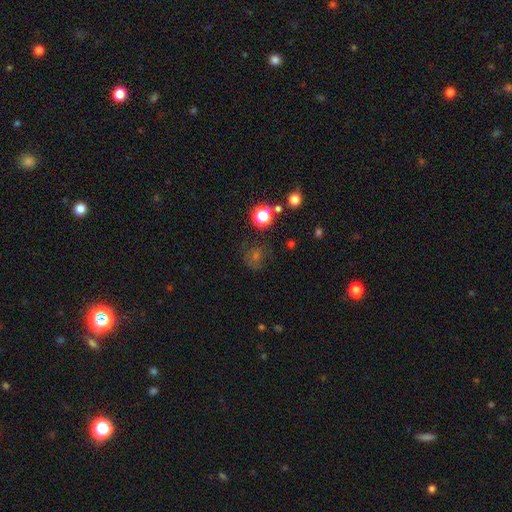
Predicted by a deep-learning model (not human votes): Morphology: type=smooth (42%); merging=none (71%).